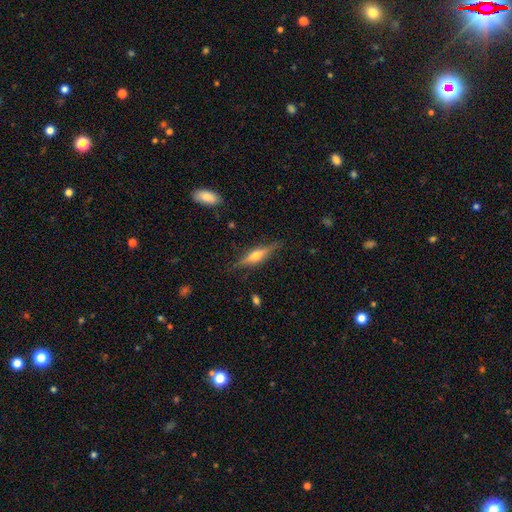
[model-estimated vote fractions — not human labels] Smooth or featured? featured or disk (63%)
Edge-on disk? yes (95%)
Edge-on bulge? rounded (88%)
Merging? none (84%)